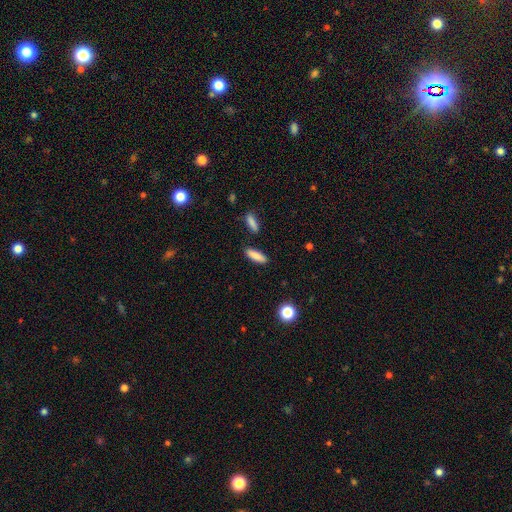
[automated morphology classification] smooth 85%, featured or disk 8%, star or artifact 7%. Down the decision tree: how rounded — cigar-shaped (50%); merging — none (87%).